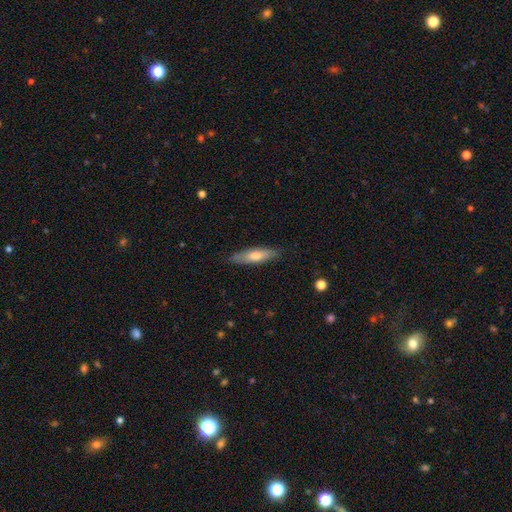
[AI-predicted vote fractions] Smooth or featured?
  - smooth: 58% *
  - featured or disk: 35%
  - star or artifact: 7%
How rounded?
  - cigar-shaped: 70% *
  - in between: 28%
  - round: 2%
Merging?
  - none: 85% *
  - minor disturbance: 12%
  - major disturbance: 2%
  - merger: 1%